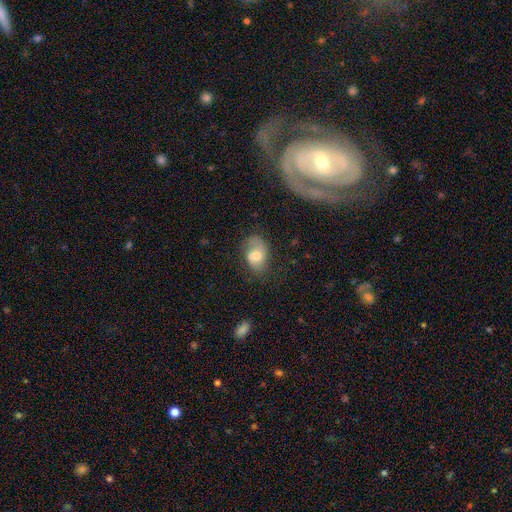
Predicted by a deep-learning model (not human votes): smooth_or_featured: smooth (p=0.56) [alt: featured or disk p=0.35]
how_rounded: in between (p=0.81) [alt: round p=0.18]
merging: none (p=0.50) [alt: minor disturbance p=0.27]